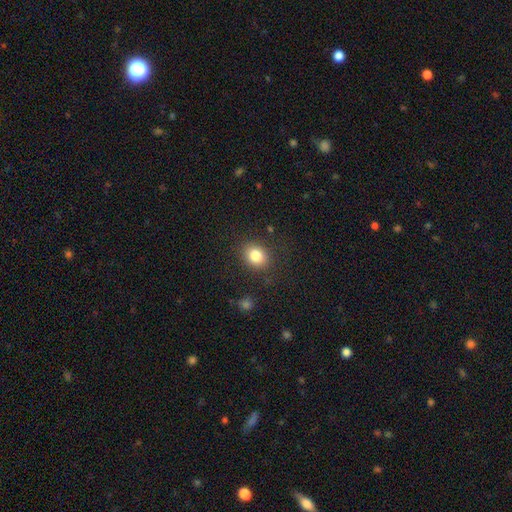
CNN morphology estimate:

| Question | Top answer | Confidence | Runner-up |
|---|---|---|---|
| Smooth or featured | smooth | 83% | star or artifact (11%) |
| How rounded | round | 64% | in between (35%) |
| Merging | none | 85% | minor disturbance (10%) |